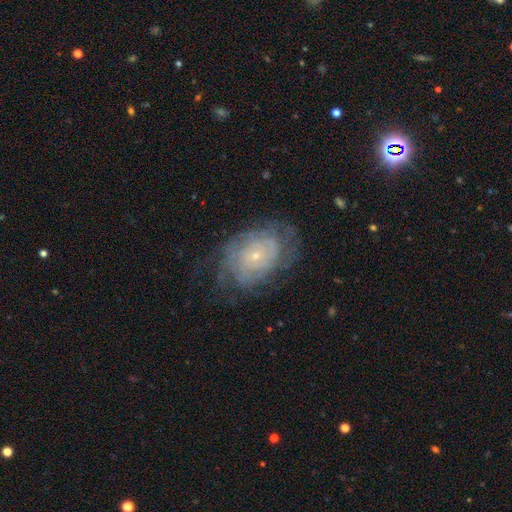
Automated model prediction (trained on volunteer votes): Smooth or featured? featured or disk (73%)
Edge-on disk? no (96%)
Bar? no (83%)
Spiral arms? yes (83%)
Spiral winding? tight (72%)
Spiral arm count? can't tell (59%)
Bulge size? small (82%)
Merging? none (68%)